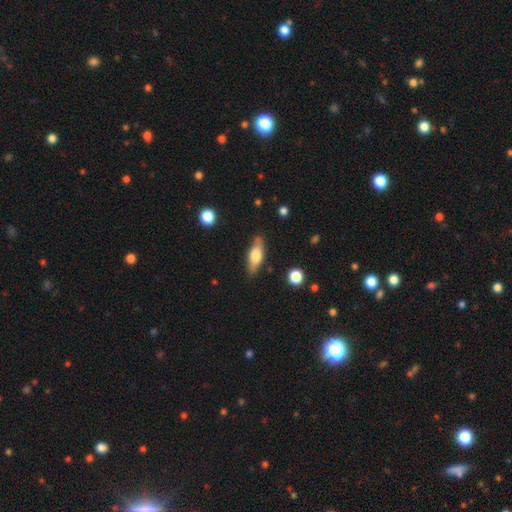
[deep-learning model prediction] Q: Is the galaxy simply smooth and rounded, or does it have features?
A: smooth — 61%.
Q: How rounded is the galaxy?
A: in between — 64%.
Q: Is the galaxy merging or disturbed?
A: none — 81%.